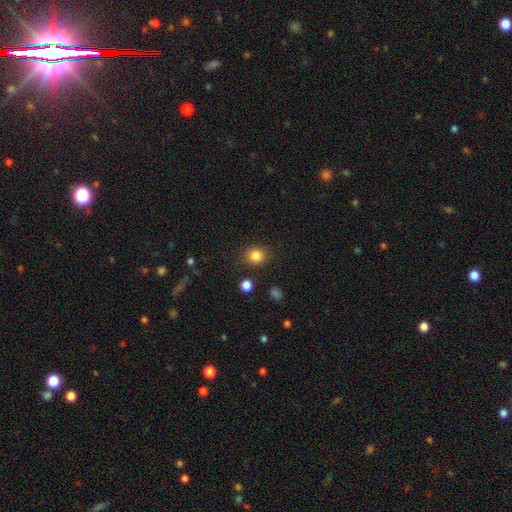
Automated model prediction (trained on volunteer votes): smooth_or_featured: smooth (p=0.84) [alt: star or artifact p=0.12]
how_rounded: round (p=0.78) [alt: in between p=0.21]
merging: none (p=0.85) [alt: minor disturbance p=0.09]